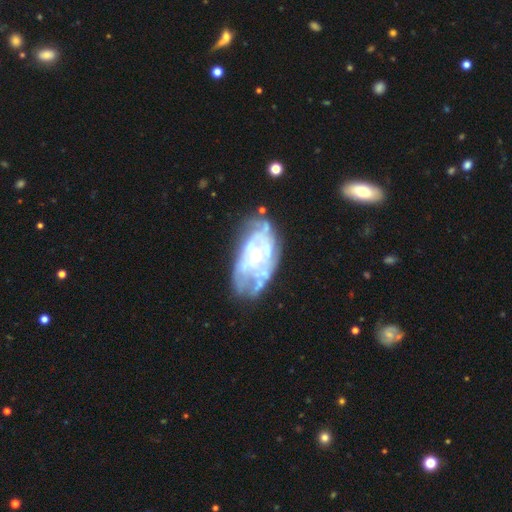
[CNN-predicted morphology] Smooth or featured: featured or disk — 75% (smooth — 17%)
Edge-on disk: no — 96% (yes — 4%)
Bar: no — 81% (weak — 15%)
Spiral arms: no — 61% (yes — 39%)
Bulge size: small — 52% (moderate — 30%)
Merging: none — 49% (minor disturbance — 25%)